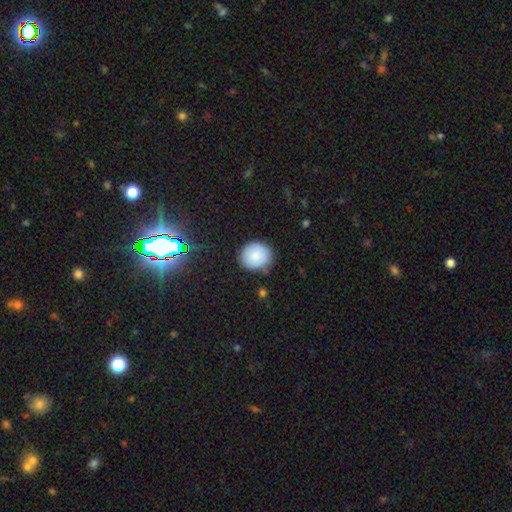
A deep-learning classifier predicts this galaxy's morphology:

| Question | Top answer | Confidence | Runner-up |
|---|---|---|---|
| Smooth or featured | smooth | 86% | star or artifact (9%) |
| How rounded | round | 81% | in between (18%) |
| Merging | none | 82% | minor disturbance (13%) |